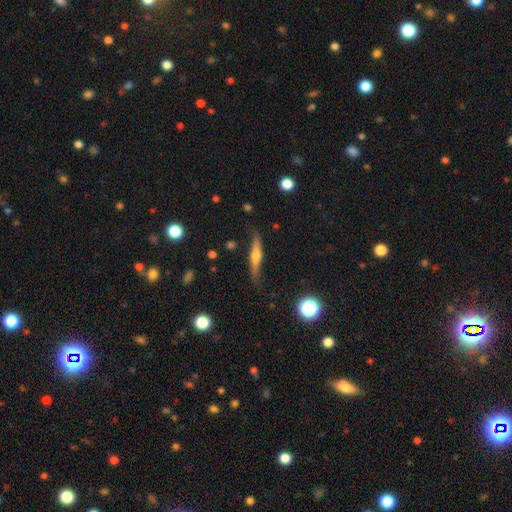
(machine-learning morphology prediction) This appears to be a featured or disk galaxy (61%) viewed edge-on (94%) with a rounded central bulge (86%). Merging: none (78%).